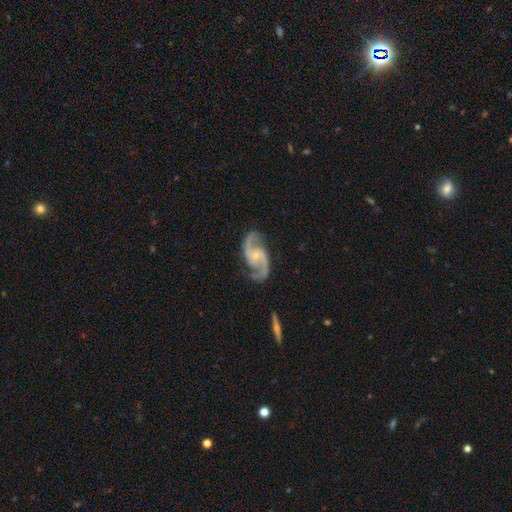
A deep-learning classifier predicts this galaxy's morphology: A featured or disk galaxy (93%) with no bar (55%), 2 (94%) medium (53%) spiral arms (98%) and a small central bulge (66%).

Vote fractions:
- Smooth or featured? featured or disk: 93% / star or artifact: 4% / smooth: 3%
- Edge-on disk? no: 98% / yes: 2%
- Bar? no: 55% / weak: 34% / strong: 11%
- Spiral arms? yes: 98% / no: 2%
- Spiral winding? medium: 53% / loose: 35% / tight: 12%
- Spiral arm count? 2: 94% / can't tell: 2% / 3: 1% / 1: 1% / 4: 1% / more than 4: 1%
- Bulge size? small: 66% / moderate: 29% / none: 3% / large: 1% / dominant: 1%
- Merging? none: 79% / minor disturbance: 14% / major disturbance: 5% / merger: 2%